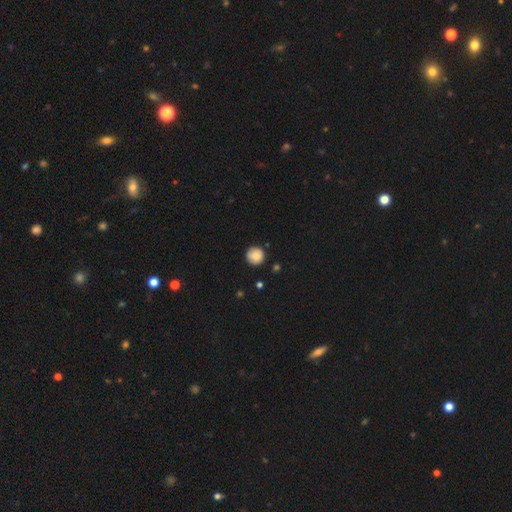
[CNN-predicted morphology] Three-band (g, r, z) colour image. It shows a smooth galaxy with no disk features (84%) that is round (95%). Merging: none (86%).